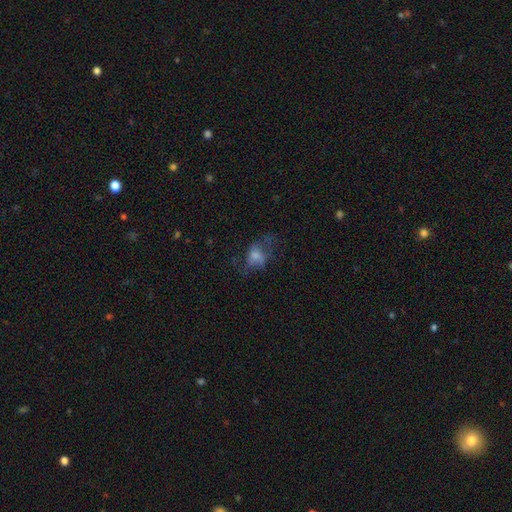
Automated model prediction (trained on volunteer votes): This appears to be a smooth galaxy with no disk features (44%). Merging: none (43%).